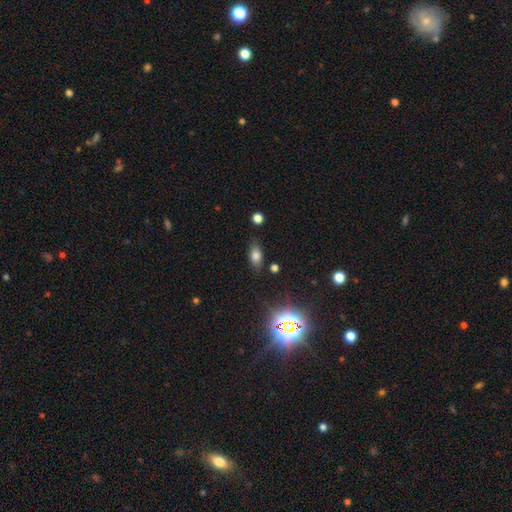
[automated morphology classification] Smooth or featured? smooth (72%)
How rounded? in between (83%)
Merging? none (78%)